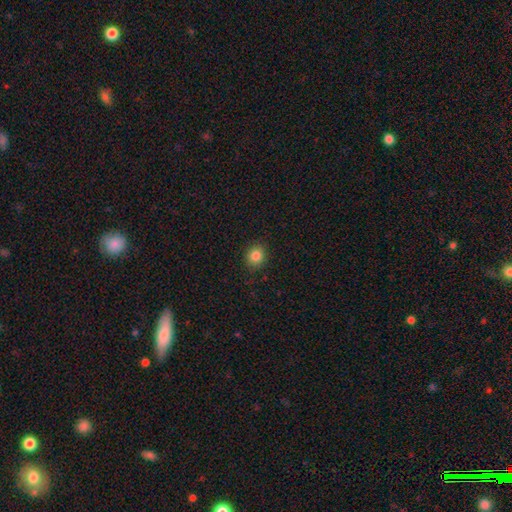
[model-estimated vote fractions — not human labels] A smooth galaxy with no disk features (84%) that is round (79%). Merging: none (88%).